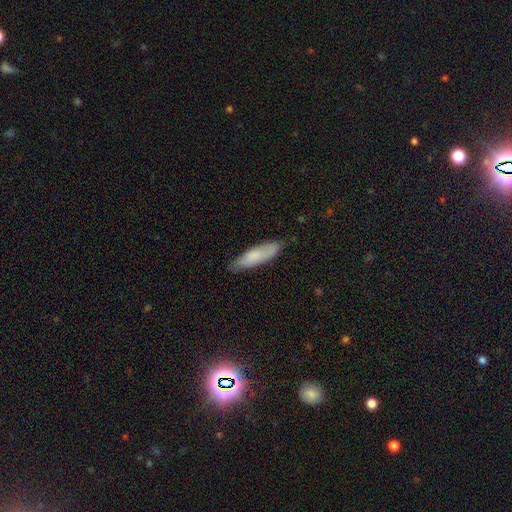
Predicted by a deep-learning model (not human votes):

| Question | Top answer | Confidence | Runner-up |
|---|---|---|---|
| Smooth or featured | smooth | 75% | featured or disk (19%) |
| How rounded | cigar-shaped | 64% | in between (35%) |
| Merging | none | 78% | minor disturbance (18%) |